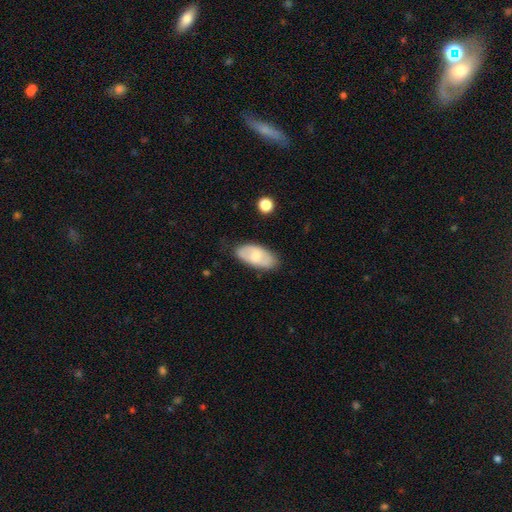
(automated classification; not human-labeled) Smooth or featured?
  - smooth: 61% *
  - featured or disk: 33%
  - star or artifact: 6%
How rounded?
  - in between: 93% *
  - cigar-shaped: 4%
  - round: 3%
Merging?
  - none: 78% *
  - minor disturbance: 17%
  - major disturbance: 4%
  - merger: 2%